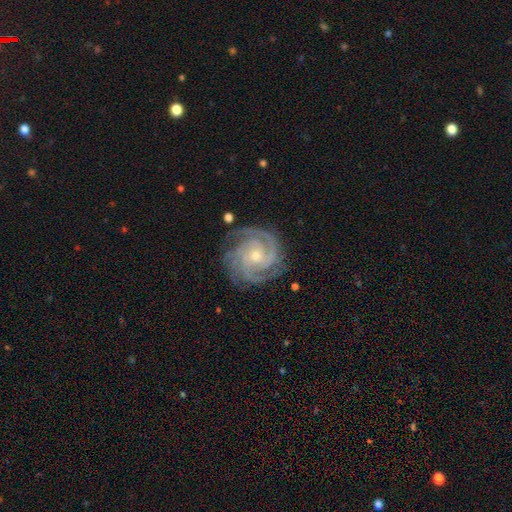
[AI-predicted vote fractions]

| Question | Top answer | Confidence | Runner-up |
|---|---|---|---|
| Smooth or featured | featured or disk | 92% | star or artifact (5%) |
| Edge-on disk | no | 98% | yes (2%) |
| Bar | no | 69% | weak (22%) |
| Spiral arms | yes | 99% | no (1%) |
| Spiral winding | tight | 77% | medium (21%) |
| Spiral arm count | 3 | 45% | 4 (22%) |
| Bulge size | small | 64% | moderate (34%) |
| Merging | none | 82% | minor disturbance (13%) |